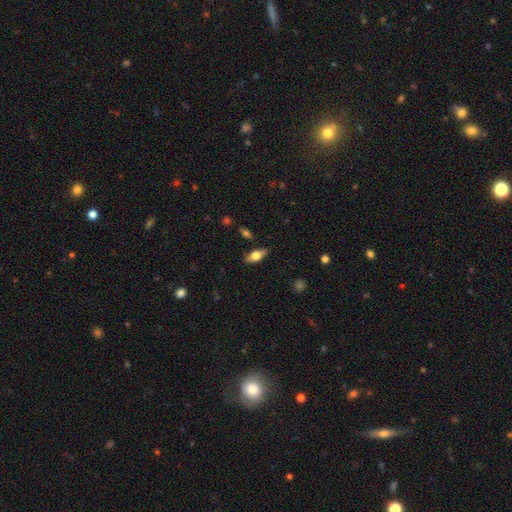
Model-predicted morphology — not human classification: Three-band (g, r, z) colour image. It shows a smooth galaxy with no disk features (58%) that is in between round and cigar-shaped (81%). Merging: none (85%).